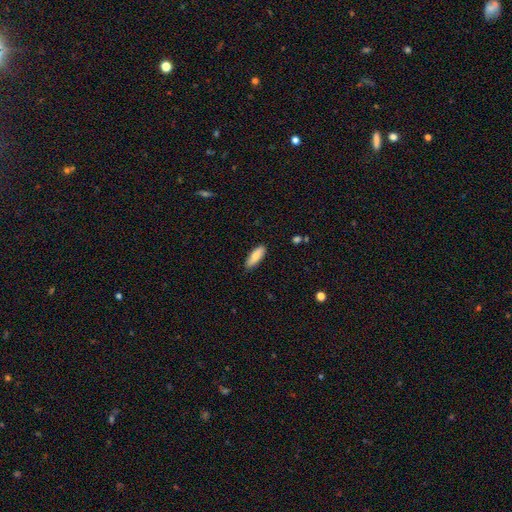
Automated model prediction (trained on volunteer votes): This appears to be a smooth galaxy with no disk features (82%) that is in between round and cigar-shaped (64%). Merging: none (86%).